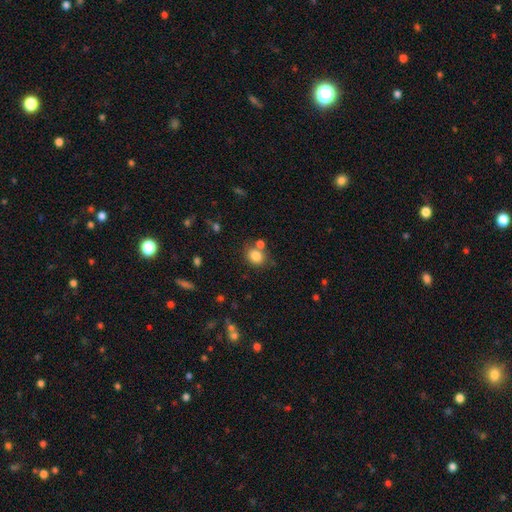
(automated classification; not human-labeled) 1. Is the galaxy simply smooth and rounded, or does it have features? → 82% smooth, 11% star or artifact, 7% featured or disk.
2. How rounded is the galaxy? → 59% round, 40% in between, 1% cigar-shaped.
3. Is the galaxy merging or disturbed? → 65% none, 19% merger, 13% minor disturbance, 4% major disturbance.